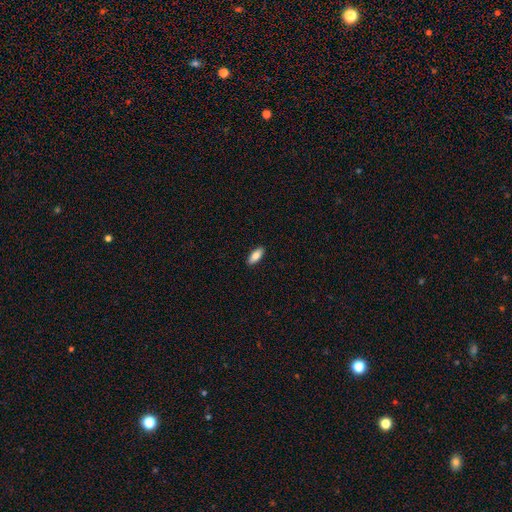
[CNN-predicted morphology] The model was most divided on "how rounded": in between: 80%, cigar-shaped: 18%, round: 2%. More confident: merging — none (90%); smooth or featured — smooth (83%).